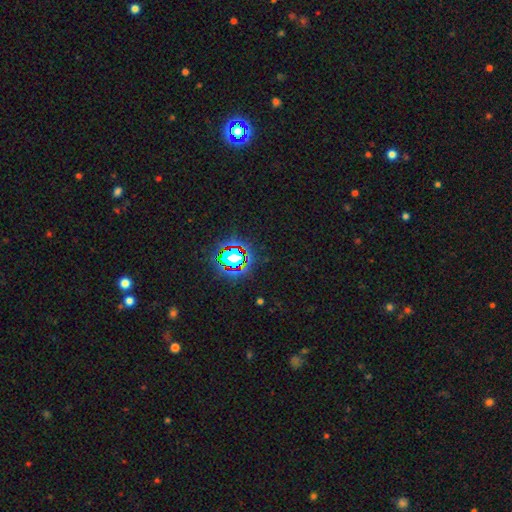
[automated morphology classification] This appears to be a star or artifact, not a galaxy (81%).